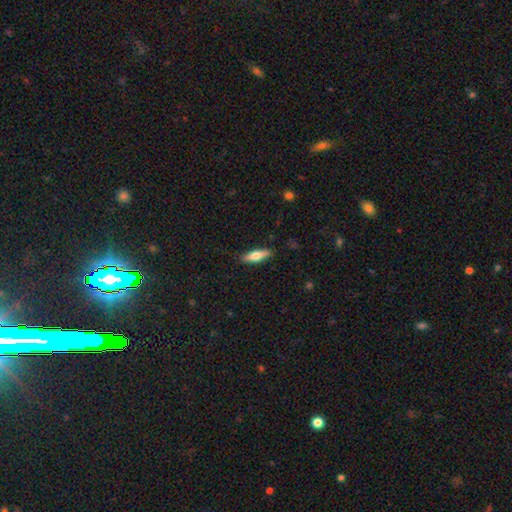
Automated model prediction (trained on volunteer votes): Smooth or featured?
  - smooth: 68% *
  - featured or disk: 27%
  - star or artifact: 6%
How rounded?
  - cigar-shaped: 52% *
  - in between: 45%
  - round: 2%
Merging?
  - none: 85% *
  - minor disturbance: 12%
  - major disturbance: 2%
  - merger: 1%